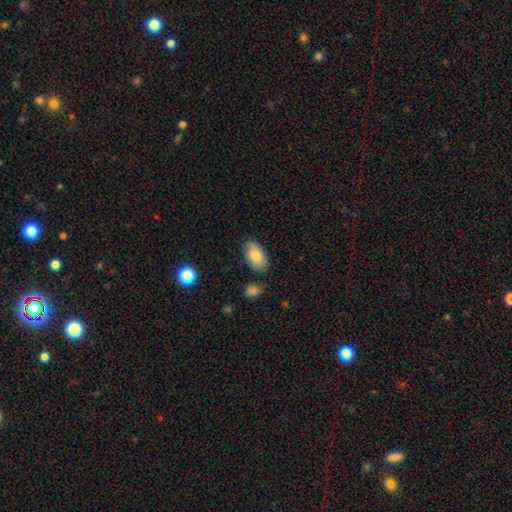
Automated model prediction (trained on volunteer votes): smooth_or_featured: smooth (p=0.80) [alt: featured or disk p=0.13]
how_rounded: in between (p=0.94) [alt: round p=0.04]
merging: none (p=0.79) [alt: minor disturbance p=0.15]